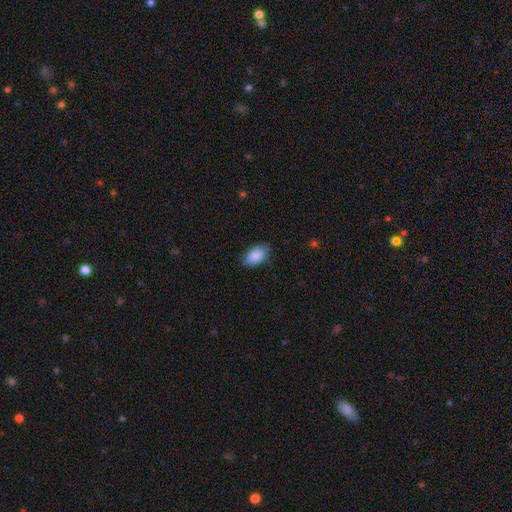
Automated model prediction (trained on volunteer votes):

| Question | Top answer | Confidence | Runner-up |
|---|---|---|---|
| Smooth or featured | smooth | 88% | star or artifact (6%) |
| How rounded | in between | 92% | round (6%) |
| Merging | none | 80% | minor disturbance (16%) |